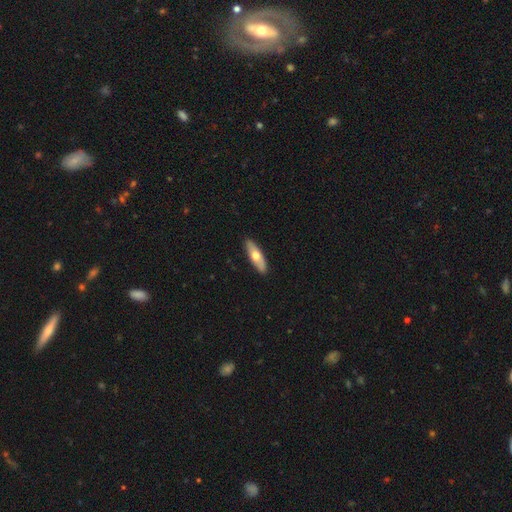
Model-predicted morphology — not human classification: Overall: smooth (57%; featured or disk 38%). How rounded: in between (51%; cigar-shaped 46%). Merging: none (90%).